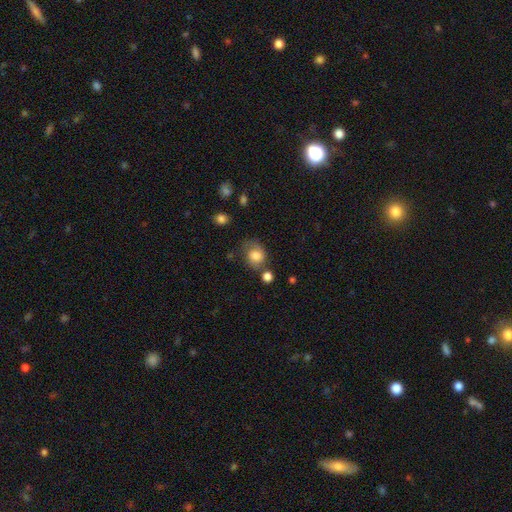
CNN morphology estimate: smooth_or_featured: smooth (p=0.78) [alt: featured or disk p=0.13]
how_rounded: round (p=0.65) [alt: in between p=0.35]
merging: none (p=0.51) [alt: minor disturbance p=0.27]